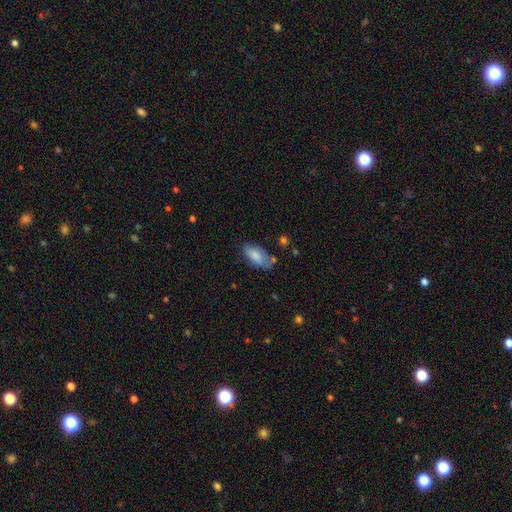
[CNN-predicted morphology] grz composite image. It shows a smooth galaxy with no disk features (82%) that is in between round and cigar-shaped (89%). Merging: none (63%).